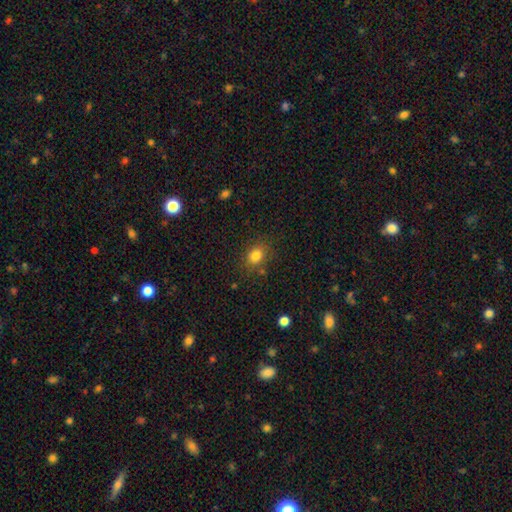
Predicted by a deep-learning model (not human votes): Q: Smooth or featured?
A: smooth (82%); runner-up: star or artifact (11%)
Q: How rounded?
A: in between (53%); runner-up: round (45%)
Q: Merging?
A: none (80%); runner-up: minor disturbance (13%)